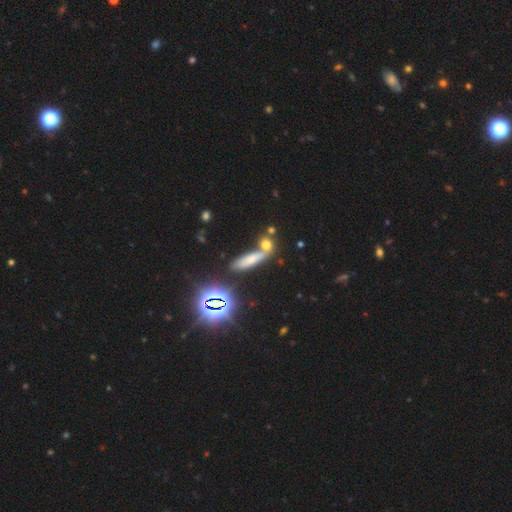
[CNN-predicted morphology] Smooth or featured? Predicted: star or artifact (p=0.41).